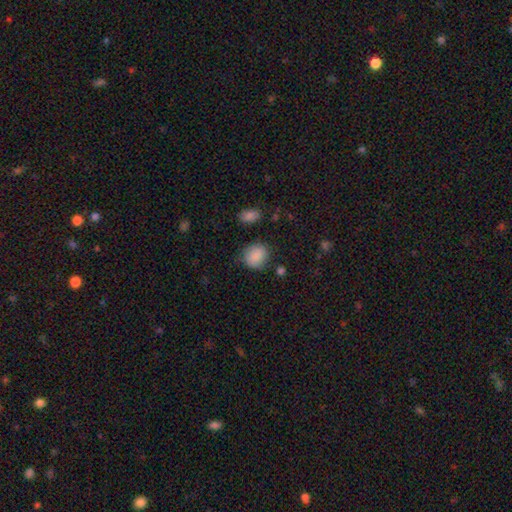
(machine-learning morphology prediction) This appears to be a smooth galaxy with no disk features (87%) that is round (66%). Merging: none (74%).